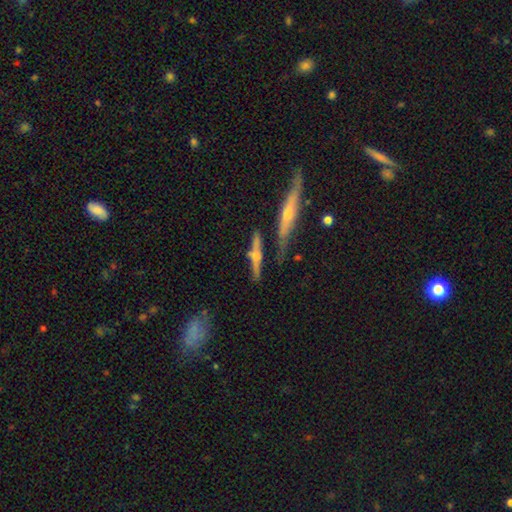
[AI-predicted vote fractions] featured or disk 64%, smooth 27%, star or artifact 9%. Down the decision tree: edge-on disk — yes (91%); edge-on bulge — rounded (85%); merging — none (61%).